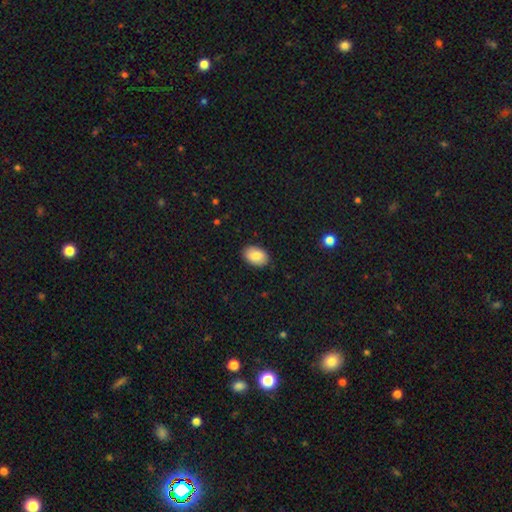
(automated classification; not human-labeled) The model was most divided on "how rounded": in between: 87%, round: 12%, cigar-shaped: 1%. More confident: merging — none (87%); smooth or featured — smooth (85%).